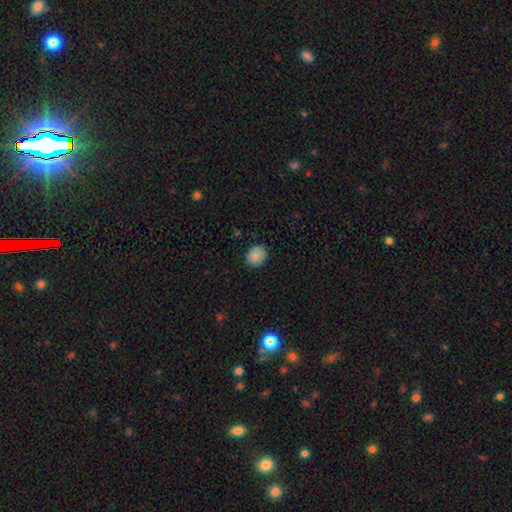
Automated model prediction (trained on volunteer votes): Smooth or featured?
  - smooth: 85% *
  - star or artifact: 8%
  - featured or disk: 7%
How rounded?
  - round: 64% *
  - in between: 35%
  - cigar-shaped: 1%
Merging?
  - none: 80% *
  - minor disturbance: 16%
  - major disturbance: 3%
  - merger: 1%